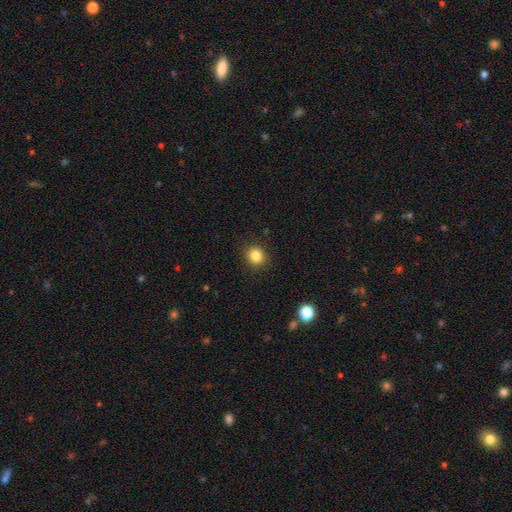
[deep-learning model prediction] Q: Smooth or featured?
A: smooth (84%); runner-up: star or artifact (11%)
Q: How rounded?
A: round (85%); runner-up: in between (15%)
Q: Merging?
A: none (90%); runner-up: minor disturbance (7%)